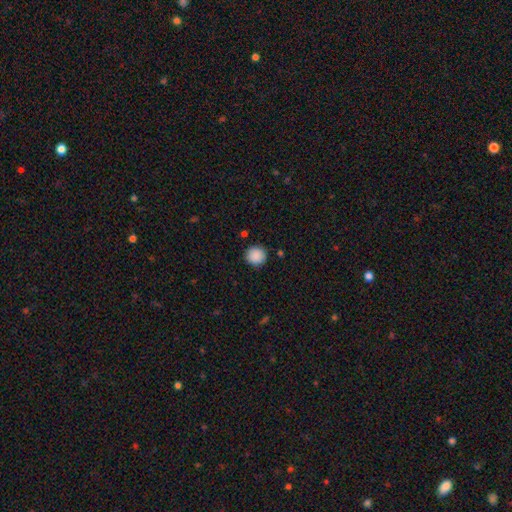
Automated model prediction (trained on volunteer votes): The model was most divided on "smooth or featured": smooth: 89%, star or artifact: 8%, featured or disk: 3%. More confident: how rounded — round (93%); merging — none (89%).